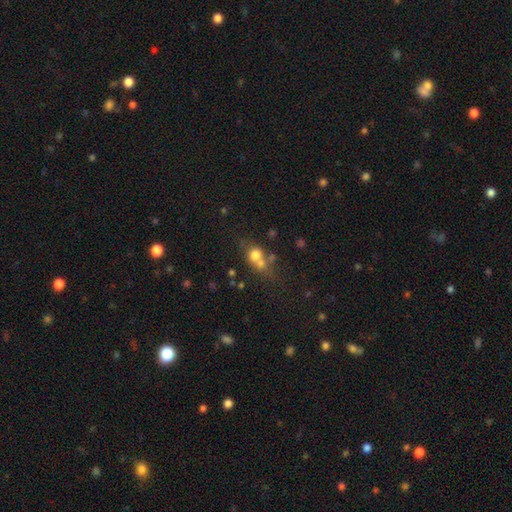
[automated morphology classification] Overall: smooth (67%). How rounded: round (69%). Merging: merger (49%; none 34%).